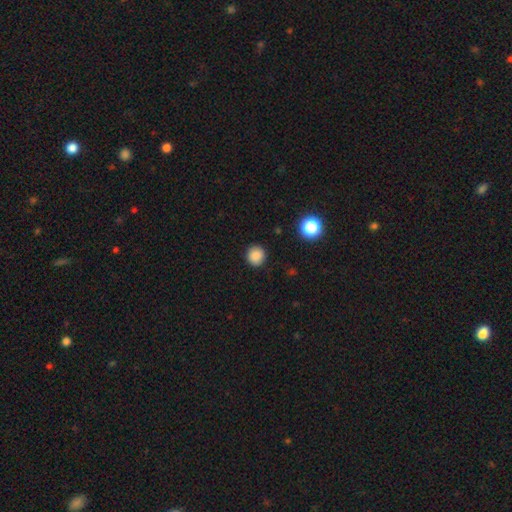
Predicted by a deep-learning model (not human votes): smooth 86%, star or artifact 11%, featured or disk 3%. Down the decision tree: how rounded — round (91%); merging — none (90%).